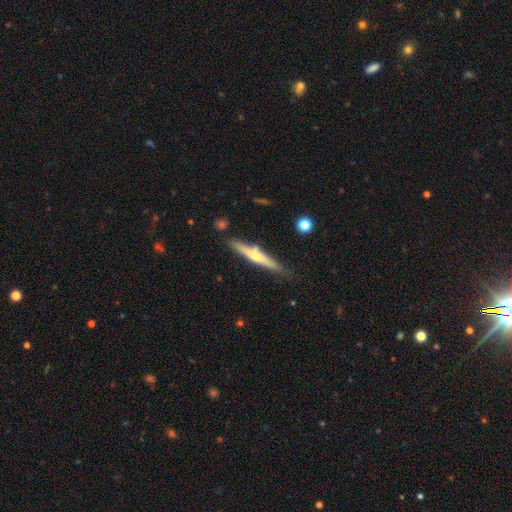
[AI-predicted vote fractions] Morphology: type=featured or disk (60%); edge-on=yes (96%); edge-on bulge=rounded (80%); merging=none (81%).